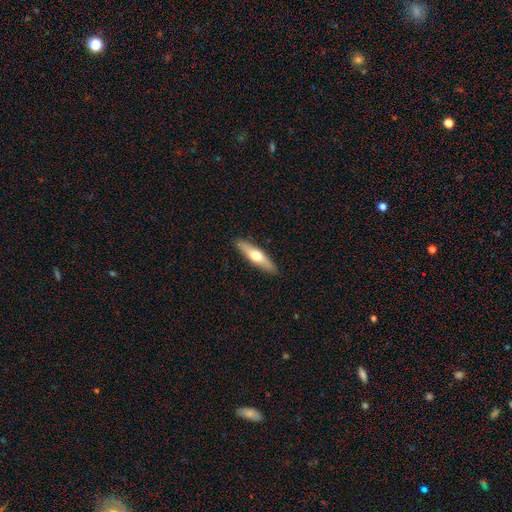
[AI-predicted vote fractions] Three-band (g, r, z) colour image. It shows a smooth galaxy with no disk features (52%) that is cigar-shaped (72%). Merging: none (90%).